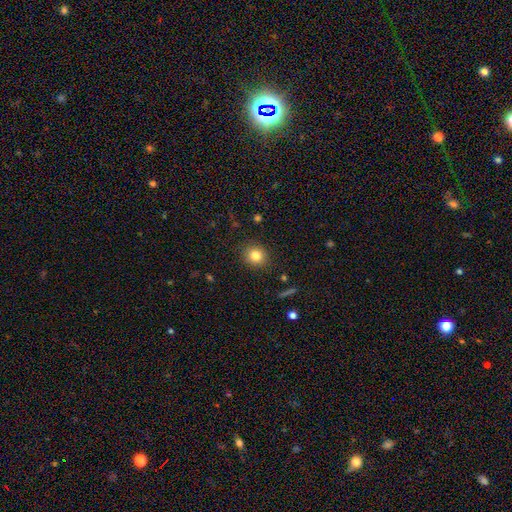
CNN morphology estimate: smooth_or_featured: smooth (p=0.82) [alt: star or artifact p=0.11]
how_rounded: round (p=0.83) [alt: in between p=0.16]
merging: none (p=0.89) [alt: minor disturbance p=0.07]